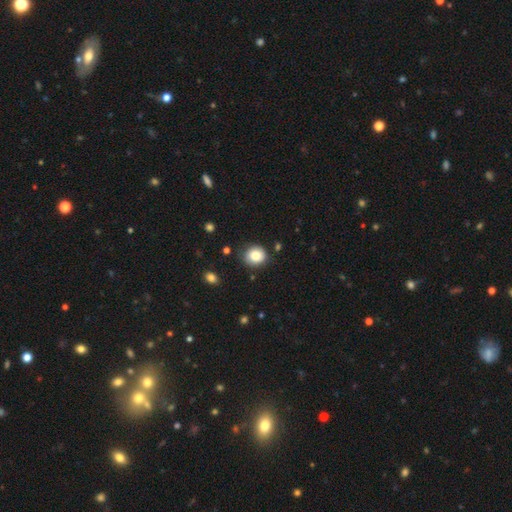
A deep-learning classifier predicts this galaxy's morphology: Smooth or featured? smooth (81%)
How rounded? round (81%)
Merging? none (83%)